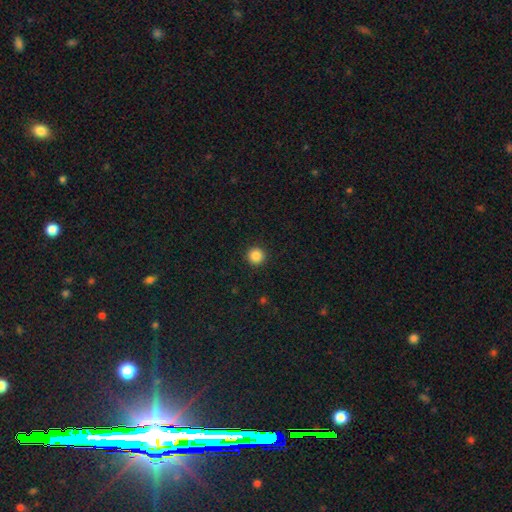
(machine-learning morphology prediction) Smooth or featured: smooth — 87% (star or artifact — 10%)
How rounded: round — 96% (in between — 3%)
Merging: none — 93% (minor disturbance — 4%)